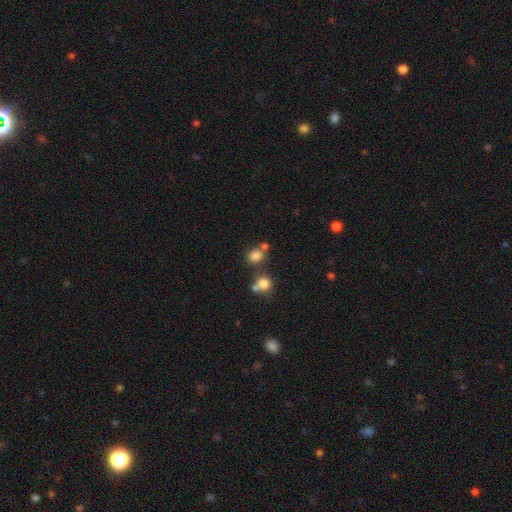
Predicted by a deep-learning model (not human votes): Smooth or featured: smooth — 78% (star or artifact — 14%)
How rounded: round — 63% (in between — 36%)
Merging: none — 59% (merger — 25%)